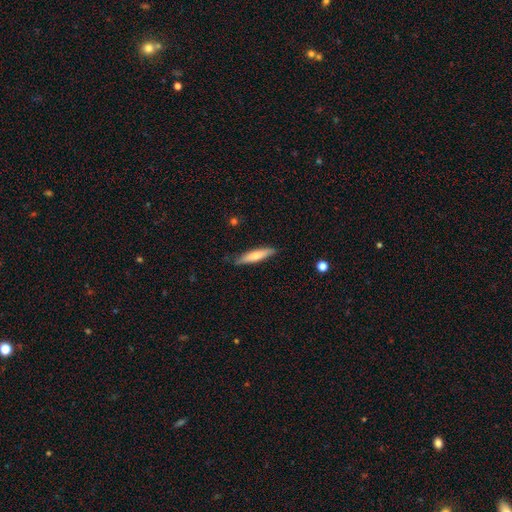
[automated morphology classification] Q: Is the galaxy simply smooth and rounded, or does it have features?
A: smooth — 65%.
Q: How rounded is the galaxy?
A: cigar-shaped — 84%.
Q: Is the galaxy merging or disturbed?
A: none — 82%.